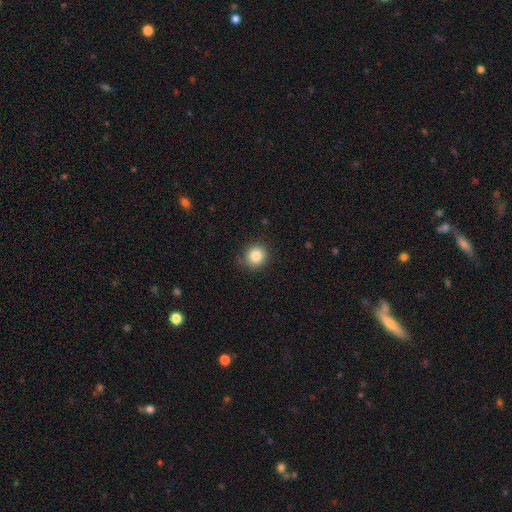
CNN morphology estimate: This appears to be a smooth galaxy with no disk features (85%) that is round (89%). Merging: none (83%).